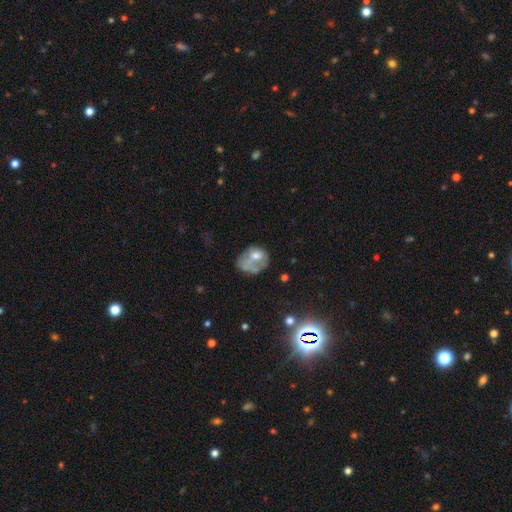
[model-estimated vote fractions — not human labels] smooth 45%, featured or disk 42%, star or artifact 13%. Down the decision tree: merging — major disturbance (33%).